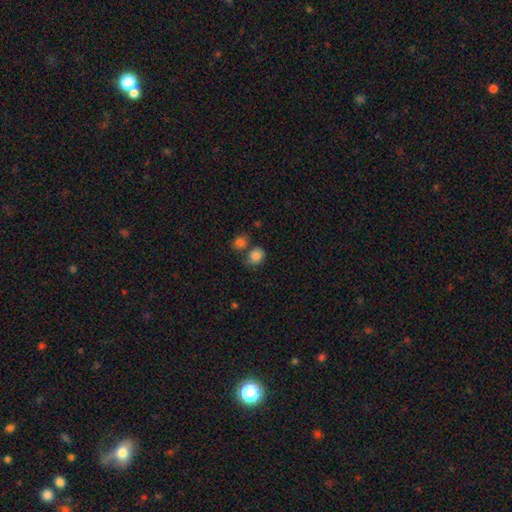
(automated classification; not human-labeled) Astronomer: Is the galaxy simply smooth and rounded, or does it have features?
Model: smooth — 83%.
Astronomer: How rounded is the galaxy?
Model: round — 63%.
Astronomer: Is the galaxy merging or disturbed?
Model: none — 49% (runner-up: merger, 28%).